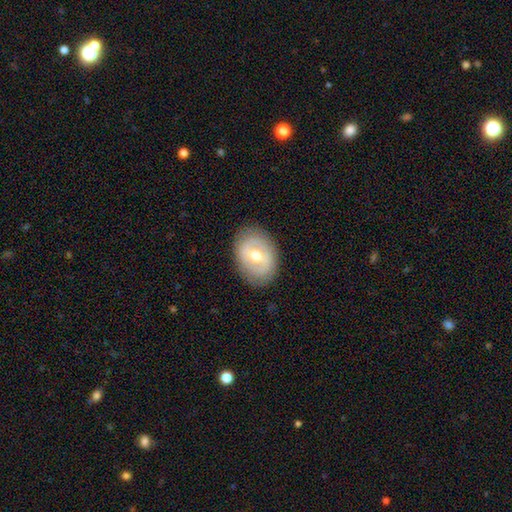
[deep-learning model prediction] This appears to be a featured or disk galaxy (55%) with a weak bar (42%), no spiral arms (72%) and a moderate central bulge (74%). Merging: none (84%).